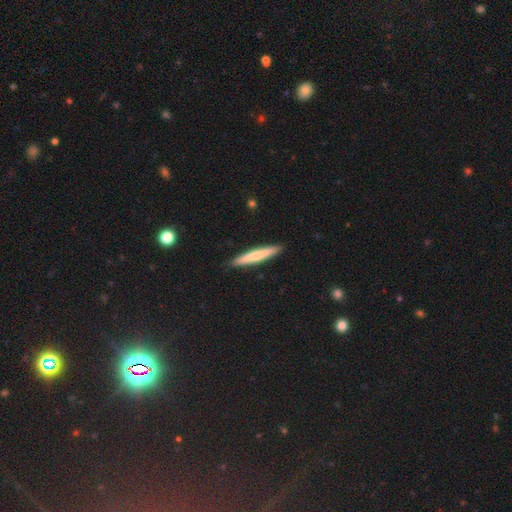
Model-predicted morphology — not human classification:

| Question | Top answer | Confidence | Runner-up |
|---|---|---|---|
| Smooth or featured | smooth | 64% | featured or disk (31%) |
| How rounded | cigar-shaped | 94% | in between (5%) |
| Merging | none | 91% | minor disturbance (7%) |